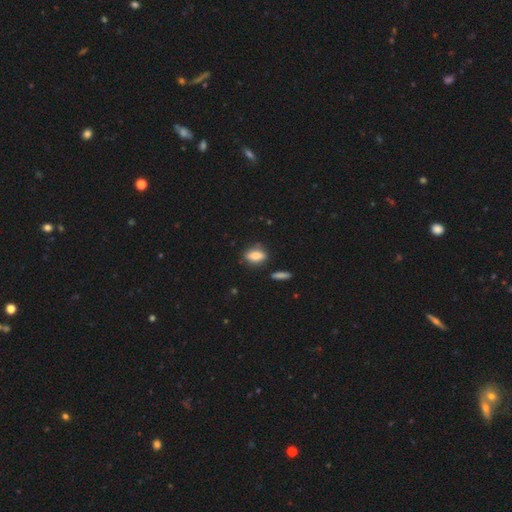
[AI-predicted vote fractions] The model was most divided on "merging": none: 76%, minor disturbance: 16%, merger: 4%, major disturbance: 4%. More confident: smooth or featured — smooth (83%); how rounded — in between (79%).